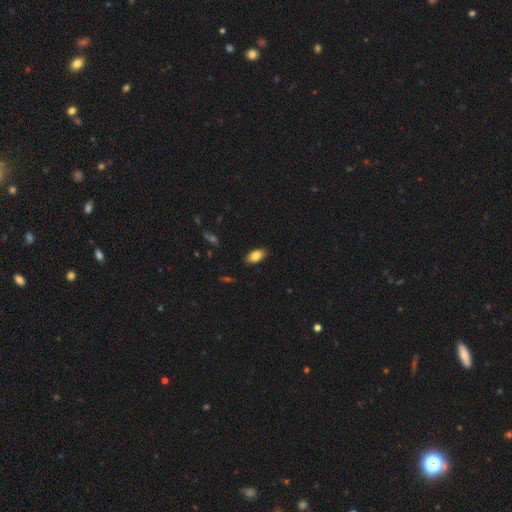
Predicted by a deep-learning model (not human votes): Overall: smooth (85%). How rounded: in between (92%). Merging: none (87%).